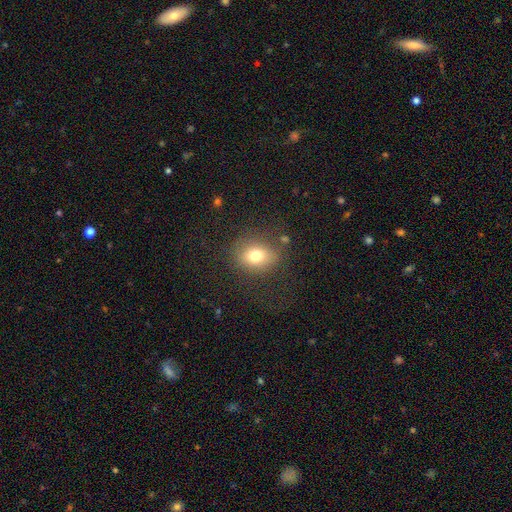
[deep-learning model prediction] Smooth or featured: smooth — 75% (featured or disk — 13%)
How rounded: round — 52% (in between — 47%)
Merging: none — 76% (minor disturbance — 14%)